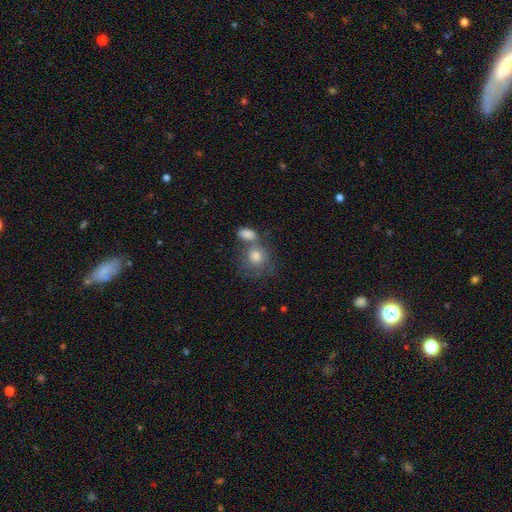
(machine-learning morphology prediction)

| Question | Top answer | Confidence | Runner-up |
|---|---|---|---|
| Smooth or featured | smooth | 56% | star or artifact (27%) |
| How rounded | round | 83% | in between (15%) |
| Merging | none | 64% | merger (23%) |